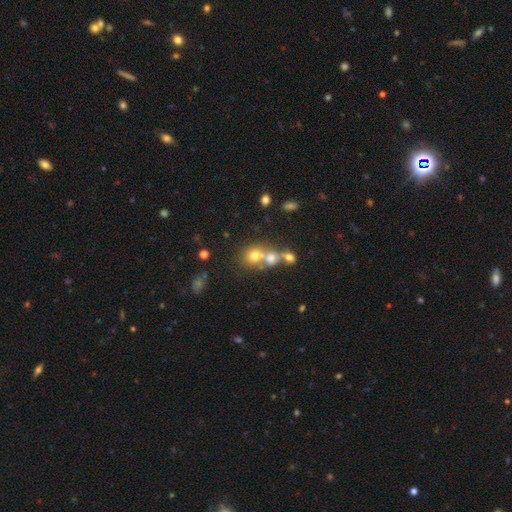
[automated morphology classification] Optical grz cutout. It shows a smooth galaxy with no disk features (61%) that is round (76%). Merging: merger (55%).